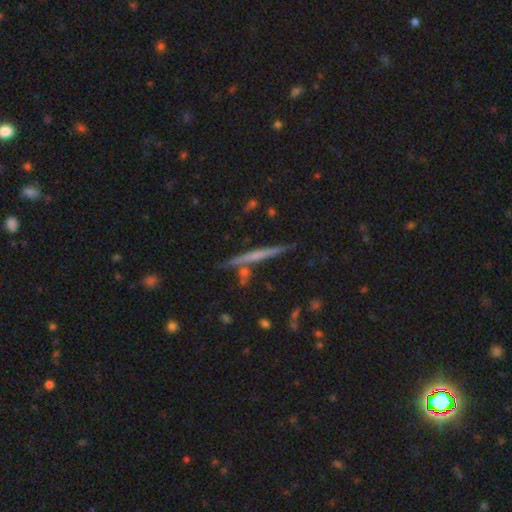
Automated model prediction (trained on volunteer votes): The model was most divided on "smooth or featured": featured or disk: 59%, smooth: 32%, star or artifact: 8%. More confident: edge-on disk — yes (97%); merging — none (86%); edge-on bulge — none (73%).